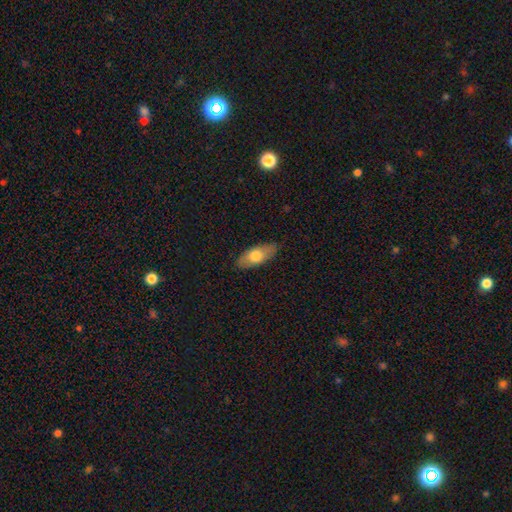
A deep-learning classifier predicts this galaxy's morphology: smooth-or-featured: smooth: 70% | featured or disk: 23% | star or artifact: 6%
  how-rounded: in between: 82% | cigar-shaped: 15% | round: 3%
  merging: none: 85% | minor disturbance: 12% | major disturbance: 2% | merger: 1%